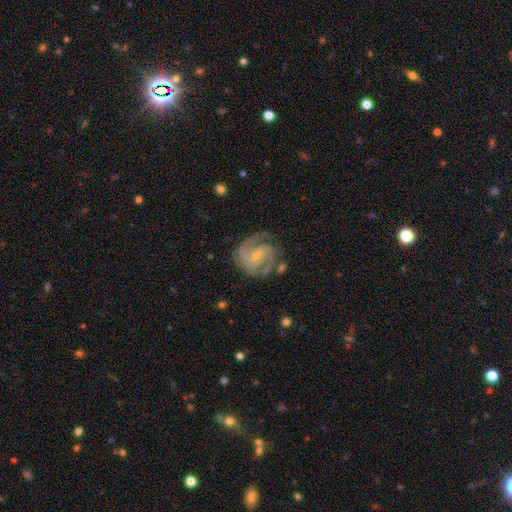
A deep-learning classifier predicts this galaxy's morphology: Smooth or featured?
  - featured or disk: 88% *
  - smooth: 7%
  - star or artifact: 5%
Edge-on disk?
  - no: 98% *
  - yes: 2%
Bar?
  - no: 49% *
  - weak: 40%
  - strong: 10%
Spiral arms?
  - yes: 97% *
  - no: 3%
Spiral winding?
  - tight: 53% *
  - medium: 40%
  - loose: 8%
Spiral arm count?
  - 2: 39% *
  - 3: 32%
  - can't tell: 13%
  - 4: 7%
  - 1: 5%
  - more than 4: 4%
Bulge size?
  - small: 73% *
  - moderate: 23%
  - none: 3%
  - large: 1%
  - dominant: 1%
Merging?
  - none: 70% *
  - minor disturbance: 18%
  - major disturbance: 9%
  - merger: 3%